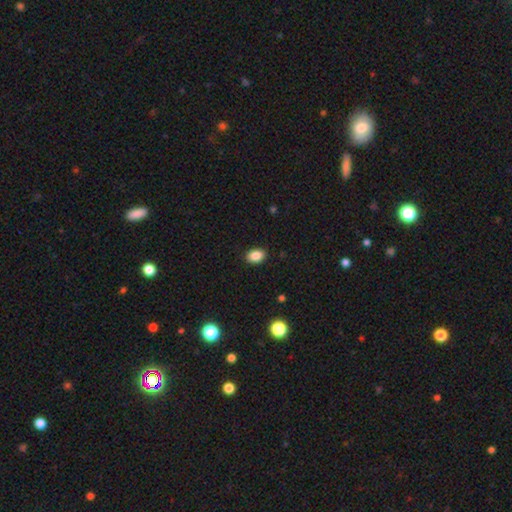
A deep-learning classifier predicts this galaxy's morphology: type=smooth (87%); roundness=in between (78%); merging=none (89%).